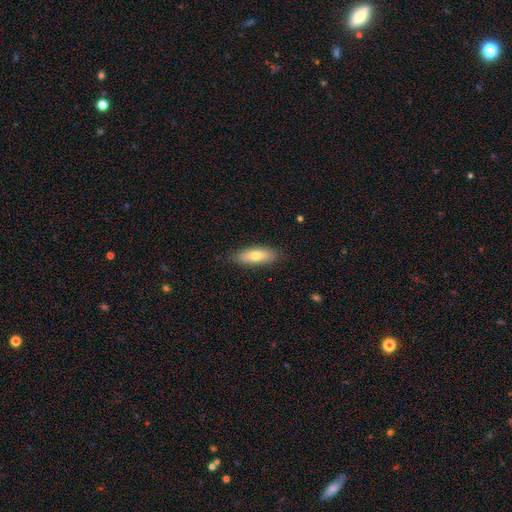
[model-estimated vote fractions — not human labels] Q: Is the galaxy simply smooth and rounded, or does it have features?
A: smooth — 71%.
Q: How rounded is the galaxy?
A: in between — 66%.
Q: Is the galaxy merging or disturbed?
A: none — 84%.